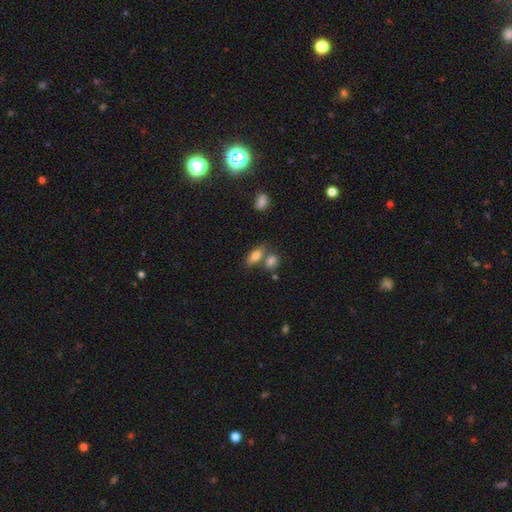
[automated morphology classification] A smooth galaxy with no disk features (74%) that is in between round and cigar-shaped (74%).

Vote fractions:
- Smooth or featured? smooth: 74% / featured or disk: 17% / star or artifact: 9%
- How rounded? in between: 74% / cigar-shaped: 18% / round: 8%
- Merging? none: 55% / merger: 29% / minor disturbance: 12% / major disturbance: 4%